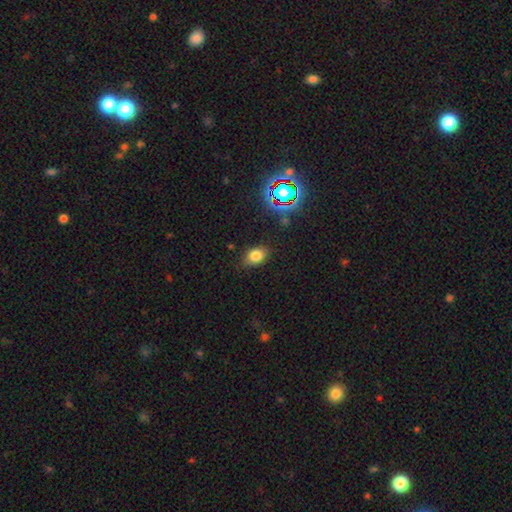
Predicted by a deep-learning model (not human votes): A smooth galaxy with no disk features (77%) that is in between round and cigar-shaped (74%).

Vote fractions:
- Smooth or featured? smooth: 77% / star or artifact: 15% / featured or disk: 8%
- How rounded? in between: 74% / round: 24% / cigar-shaped: 2%
- Merging? none: 81% / minor disturbance: 14% / major disturbance: 3% / merger: 2%